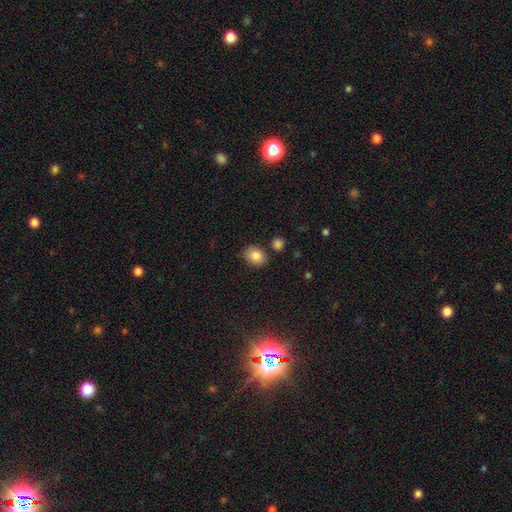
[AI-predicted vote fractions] This appears to be a smooth galaxy with no disk features (85%) that is in between round and cigar-shaped (57%). Merging: none (80%).